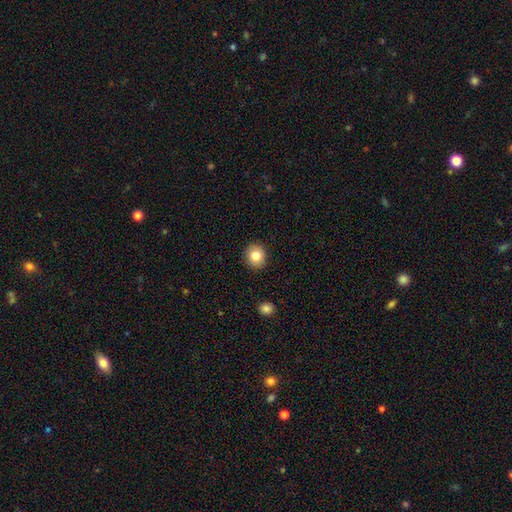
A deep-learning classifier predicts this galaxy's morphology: Smooth or featured: smooth — 81% (star or artifact — 10%)
How rounded: round — 85% (in between — 14%)
Merging: none — 91% (minor disturbance — 6%)